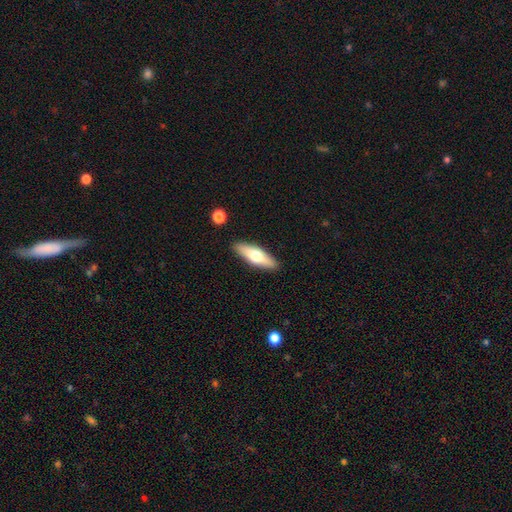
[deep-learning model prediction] Overall: smooth (58%; featured or disk 36%). How rounded: cigar-shaped (52%; in between 46%). Merging: none (89%).